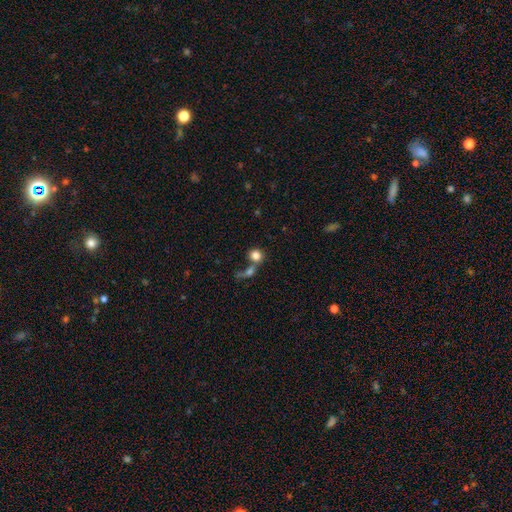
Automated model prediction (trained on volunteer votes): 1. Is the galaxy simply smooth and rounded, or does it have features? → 81% smooth, 10% star or artifact, 9% featured or disk.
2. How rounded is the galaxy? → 80% round, 18% in between, 1% cigar-shaped.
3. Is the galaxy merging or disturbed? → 43% none, 42% merger, 9% minor disturbance, 7% major disturbance.